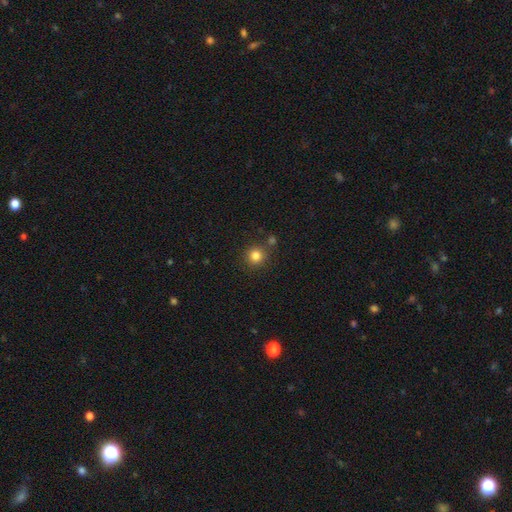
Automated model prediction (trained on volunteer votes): Smooth or featured?
  - smooth: 82% *
  - star or artifact: 13%
  - featured or disk: 5%
How rounded?
  - round: 92% *
  - in between: 7%
  - cigar-shaped: 1%
Merging?
  - none: 81% *
  - minor disturbance: 8%
  - merger: 8%
  - major disturbance: 3%